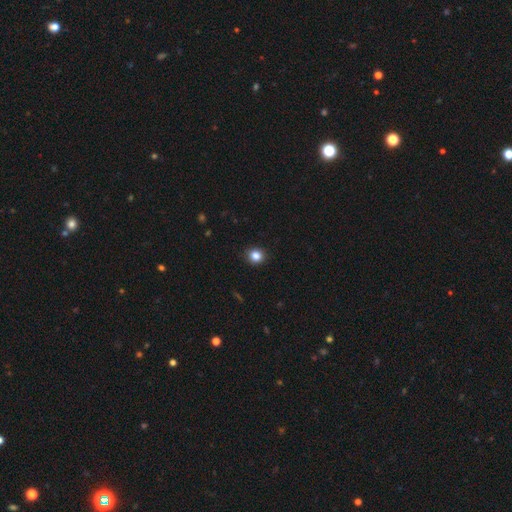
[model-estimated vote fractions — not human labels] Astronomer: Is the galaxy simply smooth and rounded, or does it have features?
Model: smooth — 84%.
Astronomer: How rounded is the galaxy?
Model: round — 83%.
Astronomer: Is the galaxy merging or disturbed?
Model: none — 91%.